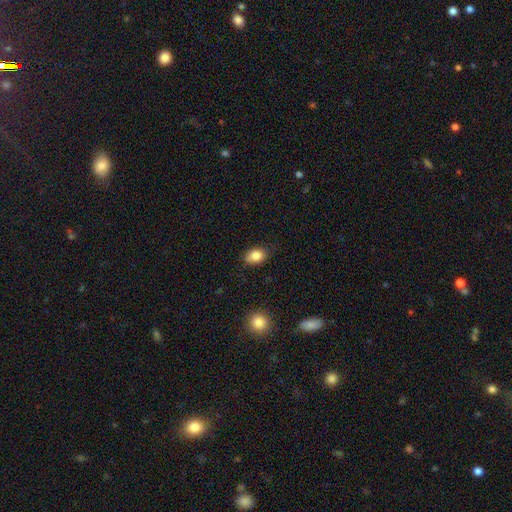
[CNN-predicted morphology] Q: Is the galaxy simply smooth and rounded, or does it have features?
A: smooth — 86%.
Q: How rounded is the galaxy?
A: in between — 80%.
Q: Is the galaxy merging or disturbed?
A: none — 81%.